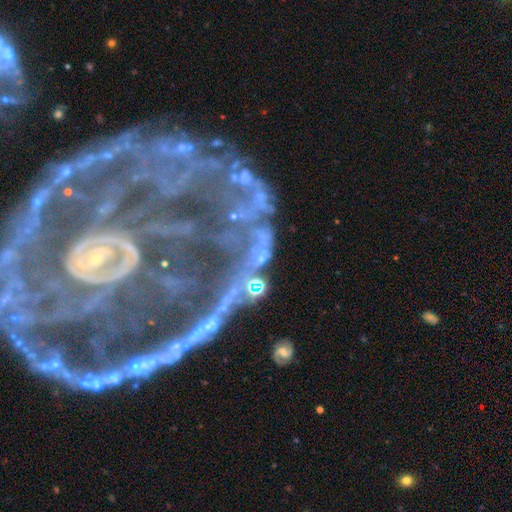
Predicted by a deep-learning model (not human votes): A featured or disk galaxy (82%) with no bar (61%), tight (58%) spiral arms (79%) and a small central bulge (58%).

Vote fractions:
- Smooth or featured? featured or disk: 82% / star or artifact: 11% / smooth: 7%
- Edge-on disk? no: 96% / yes: 4%
- Bar? no: 61% / weak: 20% / strong: 18%
- Spiral arms? yes: 79% / no: 21%
- Spiral winding? tight: 58% / medium: 27% / loose: 15%
- Spiral arm count? can't tell: 28% / 2: 26% / 3: 13% / 1: 12% / 4: 10% / more than 4: 10%
- Bulge size? small: 58% / moderate: 23% / none: 9% / large: 7% / dominant: 3%
- Merging? none: 49% / major disturbance: 27% / minor disturbance: 17% / merger: 6%